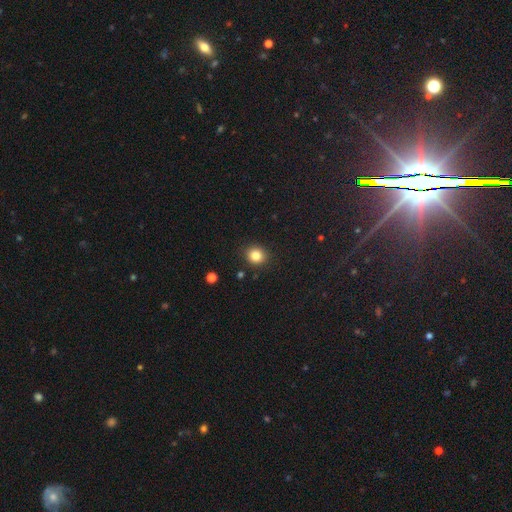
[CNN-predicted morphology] smooth_or_featured: smooth (p=0.84) [alt: star or artifact p=0.11]
how_rounded: round (p=0.81) [alt: in between p=0.18]
merging: none (p=0.90) [alt: minor disturbance p=0.07]